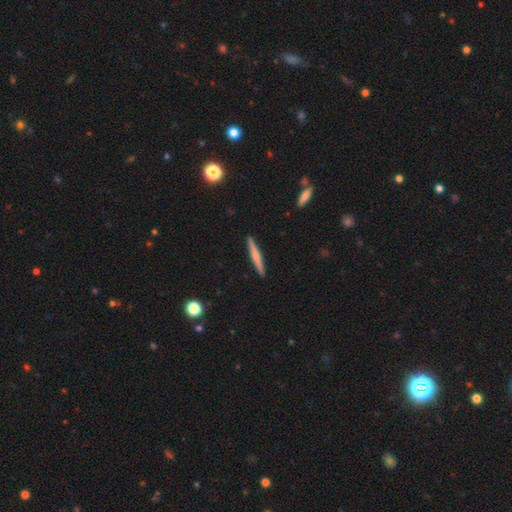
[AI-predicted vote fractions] Smooth or featured?
  - smooth: 56% *
  - featured or disk: 38%
  - star or artifact: 6%
How rounded?
  - cigar-shaped: 95% *
  - in between: 3%
  - round: 1%
Merging?
  - none: 92% *
  - minor disturbance: 6%
  - major disturbance: 1%
  - merger: 1%